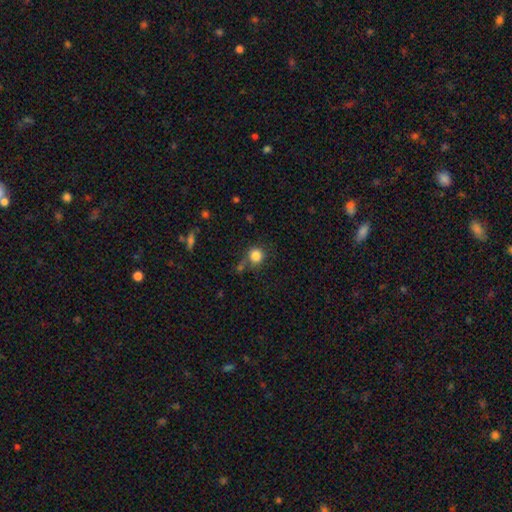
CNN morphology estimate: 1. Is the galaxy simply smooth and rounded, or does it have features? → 84% smooth, 11% star or artifact, 5% featured or disk.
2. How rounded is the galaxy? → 90% round, 9% in between, 1% cigar-shaped.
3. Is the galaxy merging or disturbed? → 70% none, 14% minor disturbance, 10% merger, 5% major disturbance.